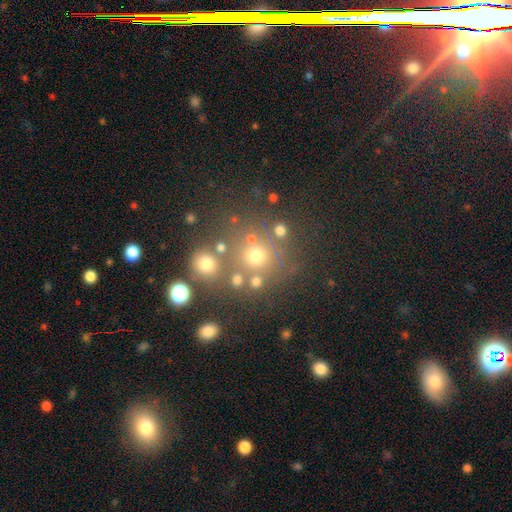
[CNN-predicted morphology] smooth 59%, star or artifact 27%, featured or disk 14%. Down the decision tree: how rounded — round (88%); merging — none (69%).